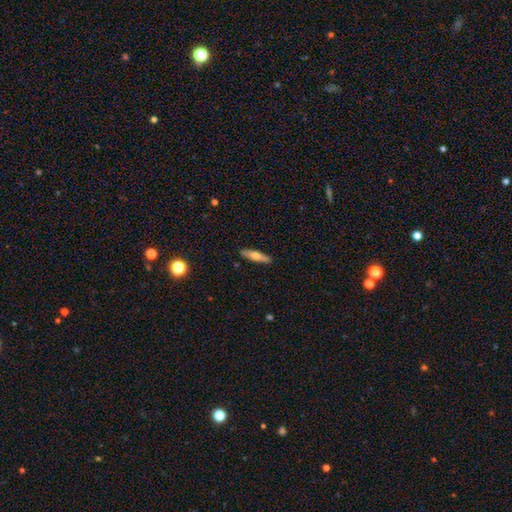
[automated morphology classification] The model was most divided on "smooth or featured": smooth: 59%, featured or disk: 35%, star or artifact: 6%. More confident: merging — none (88%); how rounded — cigar-shaped (77%).